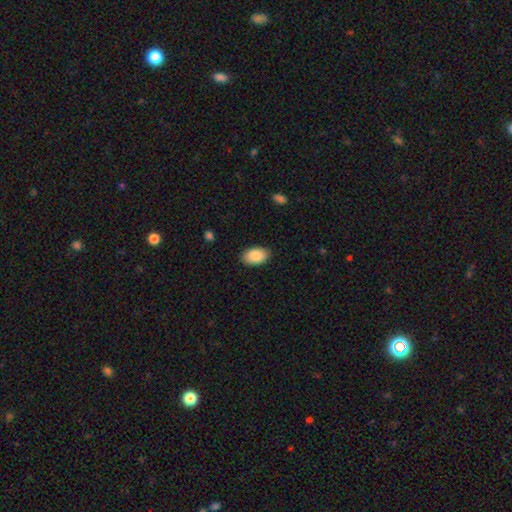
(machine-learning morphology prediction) Smooth or featured? Predicted: smooth (p=0.88). How rounded? Predicted: in between (p=0.92). Merging? Predicted: none (p=0.88).